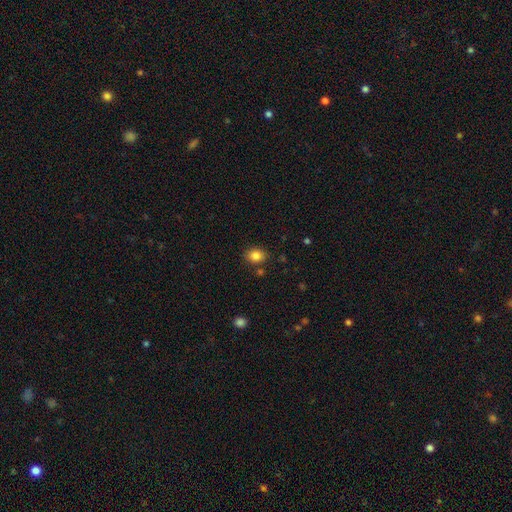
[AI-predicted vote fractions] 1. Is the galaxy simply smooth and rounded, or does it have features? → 85% smooth, 10% star or artifact, 5% featured or disk.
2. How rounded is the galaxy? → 57% in between, 42% round, 1% cigar-shaped.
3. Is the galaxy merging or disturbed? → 82% none, 12% minor disturbance, 4% merger, 3% major disturbance.